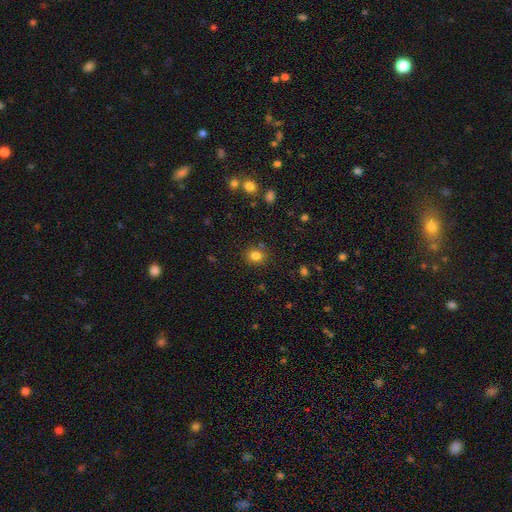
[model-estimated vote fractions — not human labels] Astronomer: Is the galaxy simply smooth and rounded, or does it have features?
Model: smooth — 82%.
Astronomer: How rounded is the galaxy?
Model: round — 76%.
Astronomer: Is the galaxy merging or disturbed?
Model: none — 83%.